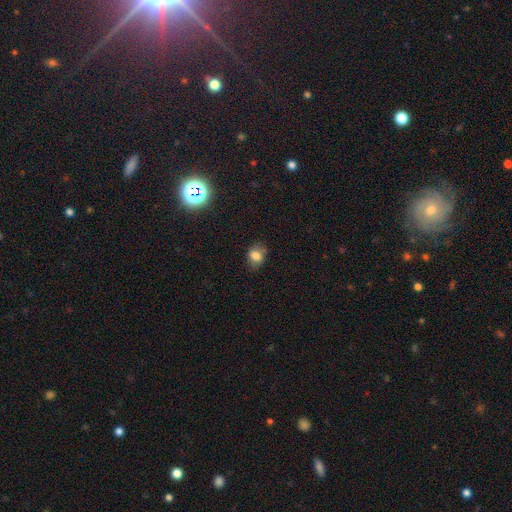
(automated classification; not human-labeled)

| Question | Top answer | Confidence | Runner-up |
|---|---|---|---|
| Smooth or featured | smooth | 77% | star or artifact (12%) |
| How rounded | in between | 63% | round (36%) |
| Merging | none | 73% | minor disturbance (20%) |